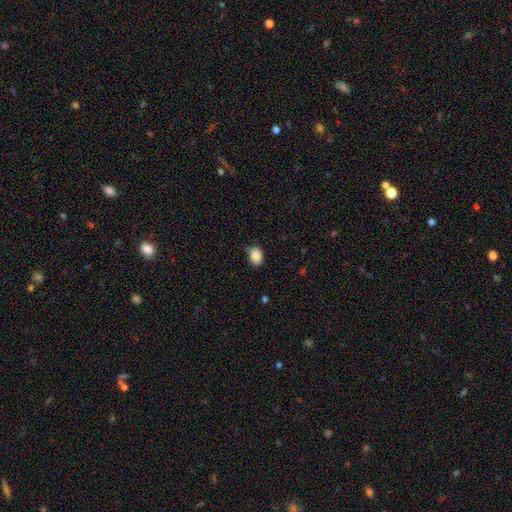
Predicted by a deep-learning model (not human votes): smooth 87%, star or artifact 9%, featured or disk 4%. Down the decision tree: how rounded — in between (66%); merging — none (68%).